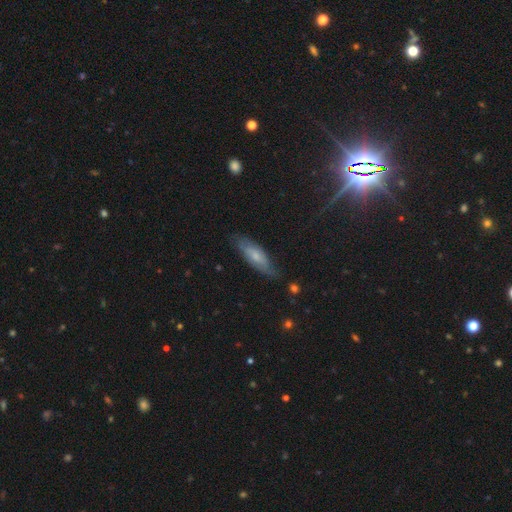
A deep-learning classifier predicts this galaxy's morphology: This is possibly a smooth galaxy (52%). How rounded: possibly in between (55%). Merging: likely none (71%).